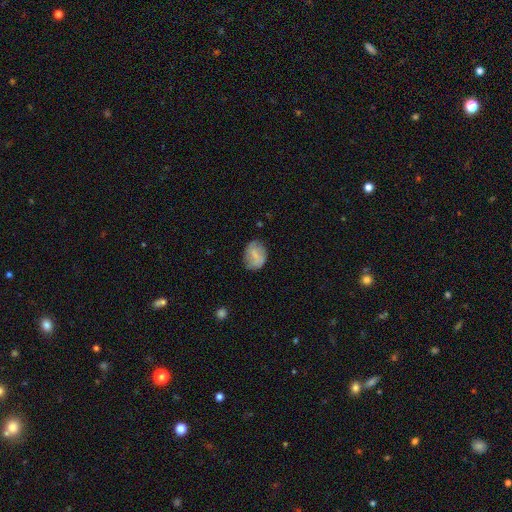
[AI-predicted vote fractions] Smooth or featured?
  - smooth: 64% *
  - featured or disk: 28%
  - star or artifact: 8%
How rounded?
  - in between: 69% *
  - round: 30%
  - cigar-shaped: 1%
Merging?
  - none: 69% *
  - minor disturbance: 23%
  - major disturbance: 6%
  - merger: 2%